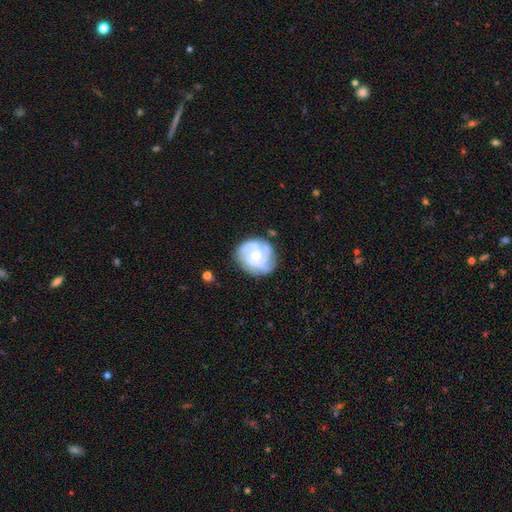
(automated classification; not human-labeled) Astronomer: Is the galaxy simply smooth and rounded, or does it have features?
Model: featured or disk — 71%.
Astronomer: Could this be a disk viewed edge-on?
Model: no — 98%.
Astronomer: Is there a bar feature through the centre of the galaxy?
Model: no — 76%.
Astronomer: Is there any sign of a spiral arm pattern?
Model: yes — 88%.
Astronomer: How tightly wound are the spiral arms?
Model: tight — 51% (runner-up: medium, 36%).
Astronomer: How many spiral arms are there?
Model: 3 — 29% (runner-up: can't tell, 27%).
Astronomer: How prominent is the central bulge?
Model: small — 60%.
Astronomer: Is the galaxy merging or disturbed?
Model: none — 70%.